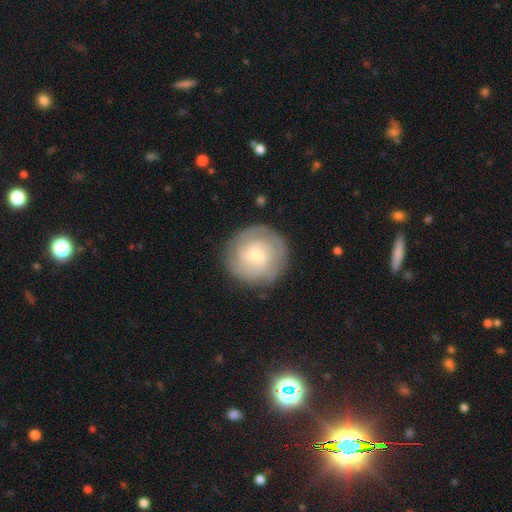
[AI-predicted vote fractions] A featured or disk galaxy (69%) with no bar (70%), tight (69%) spiral arms (91%) and a small central bulge (63%). Merging: none (85%).